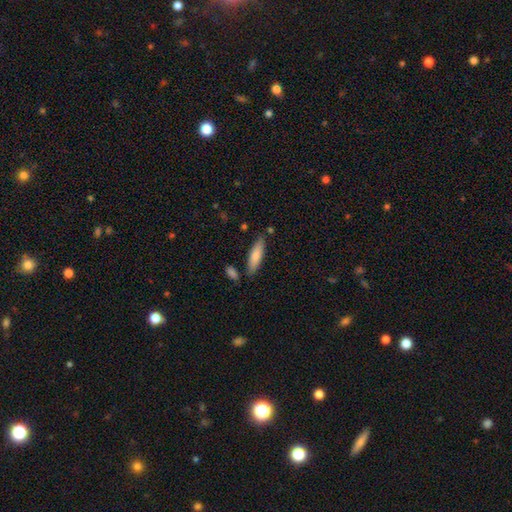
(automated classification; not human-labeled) The model was most divided on "how rounded": cigar-shaped: 64%, in between: 34%, round: 2%. More confident: merging — none (81%); smooth or featured — smooth (79%).